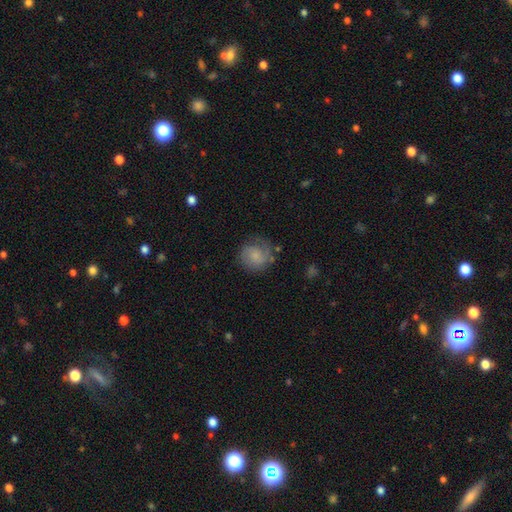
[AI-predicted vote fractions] smooth_or_featured: smooth (p=0.58) [alt: featured or disk p=0.34]
how_rounded: round (p=0.86) [alt: in between p=0.14]
merging: none (p=0.64) [alt: minor disturbance p=0.22]